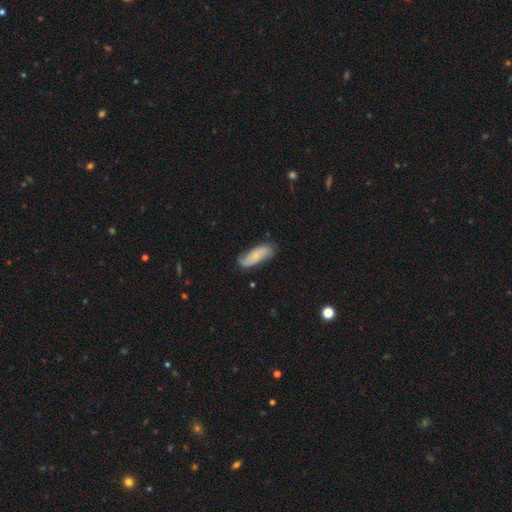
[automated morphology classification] Q: Smooth or featured?
A: smooth (60%); runner-up: featured or disk (34%)
Q: How rounded?
A: in between (62%); runner-up: cigar-shaped (36%)
Q: Merging?
A: none (74%); runner-up: minor disturbance (21%)